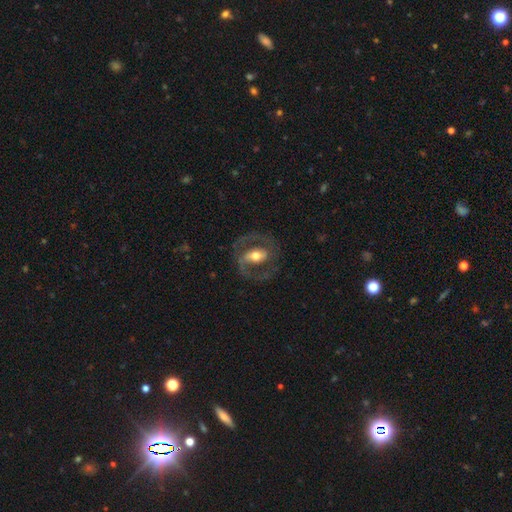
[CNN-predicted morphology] smooth_or_featured: featured or disk (p=0.77) [alt: smooth p=0.18]
disk_edge_on: no (p=0.95) [alt: yes p=0.05]
bar: strong (p=0.37) [alt: weak p=0.35]
has_spiral_arms: yes (p=0.74) [alt: no p=0.26]
spiral_winding: medium (p=0.52) [alt: tight p=0.28]
spiral_arm_count: 2 (p=0.84) [alt: can't tell p=0.07]
bulge_size: moderate (p=0.68) [alt: large p=0.16]
merging: none (p=0.72) [alt: minor disturbance p=0.14]